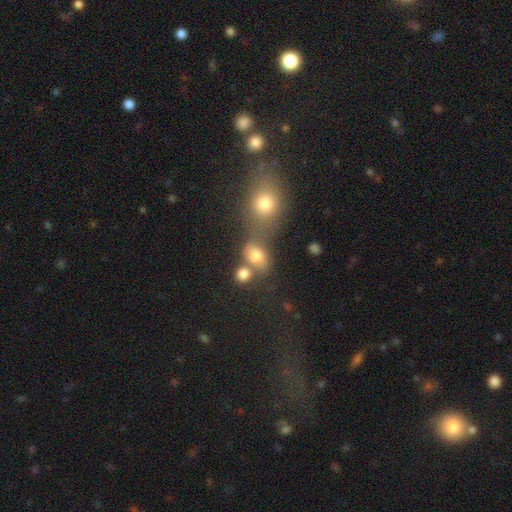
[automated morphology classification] smooth-or-featured: smooth: 76% | star or artifact: 15% | featured or disk: 10%
  how-rounded: round: 50% | in between: 48% | cigar-shaped: 2%
  merging: none: 43% | merger: 39% | minor disturbance: 11% | major disturbance: 7%